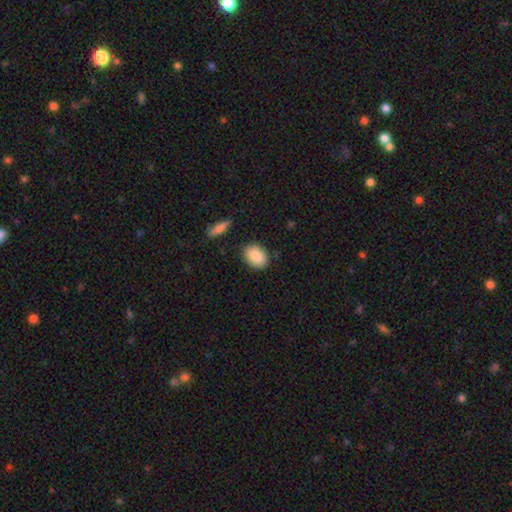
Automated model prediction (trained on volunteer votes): A smooth galaxy with no disk features (86%) that is in between round and cigar-shaped (75%). Merging: none (83%).